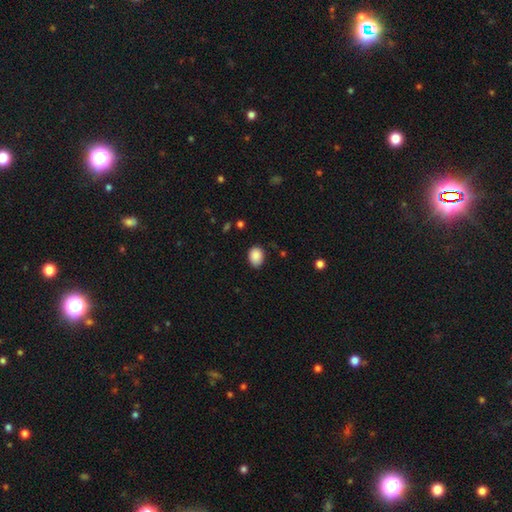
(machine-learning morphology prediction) Smooth or featured?
  - smooth: 89% *
  - star or artifact: 8%
  - featured or disk: 4%
How rounded?
  - in between: 67% *
  - round: 33%
  - cigar-shaped: 1%
Merging?
  - none: 82% *
  - minor disturbance: 14%
  - major disturbance: 3%
  - merger: 1%